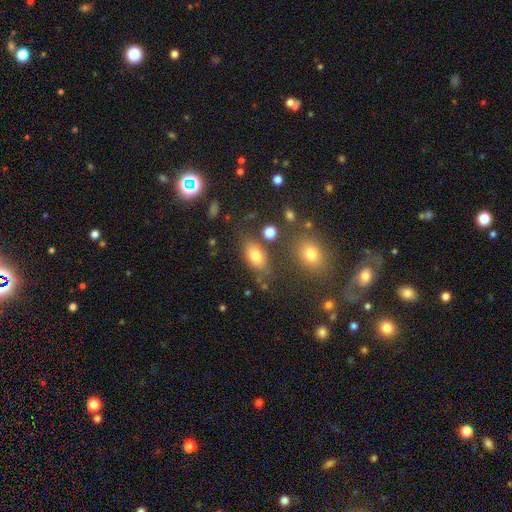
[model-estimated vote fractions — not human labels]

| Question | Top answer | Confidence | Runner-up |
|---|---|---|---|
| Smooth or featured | smooth | 76% | star or artifact (12%) |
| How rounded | in between | 84% | round (13%) |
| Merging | none | 70% | minor disturbance (15%) |